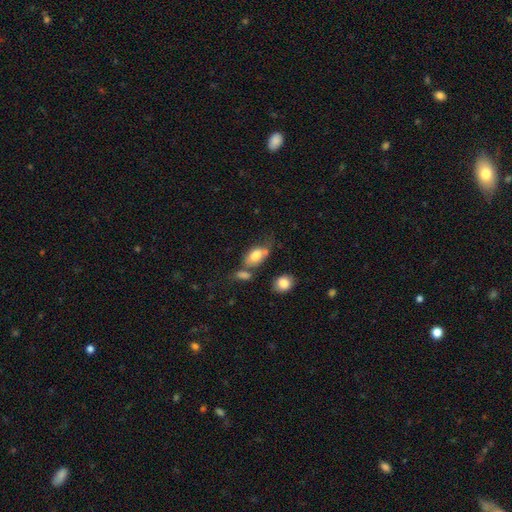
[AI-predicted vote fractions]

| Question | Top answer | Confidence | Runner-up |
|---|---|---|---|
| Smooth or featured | smooth | 77% | featured or disk (14%) |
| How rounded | in between | 87% | round (10%) |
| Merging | none | 41% | merger (24%) |